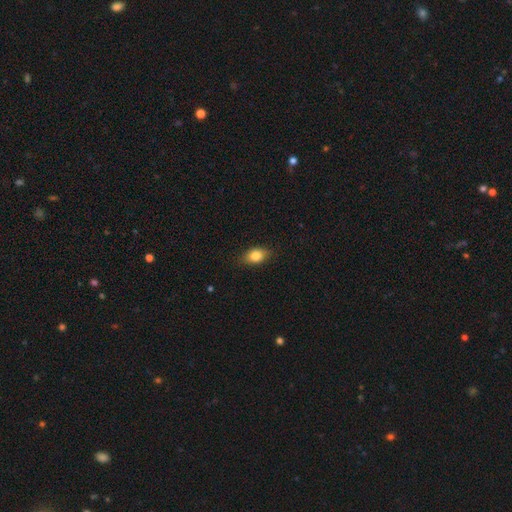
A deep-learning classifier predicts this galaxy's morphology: Q: Smooth or featured?
A: smooth (83%); runner-up: featured or disk (9%)
Q: How rounded?
A: in between (78%); runner-up: round (19%)
Q: Merging?
A: none (83%); runner-up: minor disturbance (13%)